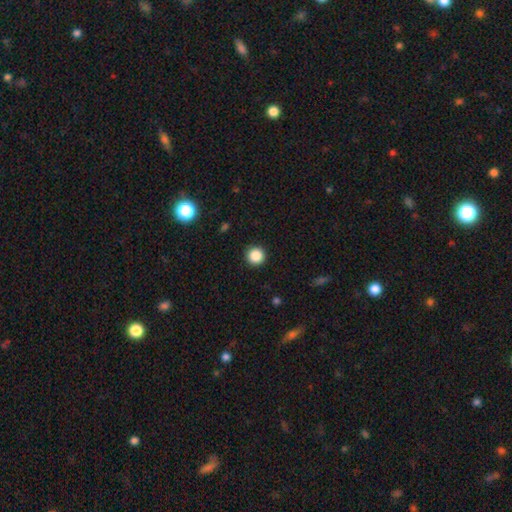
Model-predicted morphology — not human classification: Q: Smooth or featured?
A: smooth (87%); runner-up: star or artifact (10%)
Q: How rounded?
A: round (96%); runner-up: in between (3%)
Q: Merging?
A: none (92%); runner-up: minor disturbance (5%)